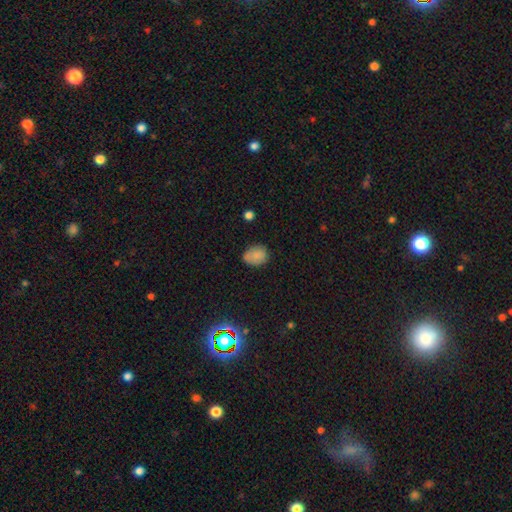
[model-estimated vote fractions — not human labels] This is clearly a smooth galaxy (82%). How rounded: possibly in between (56%). Merging: likely none (70%).